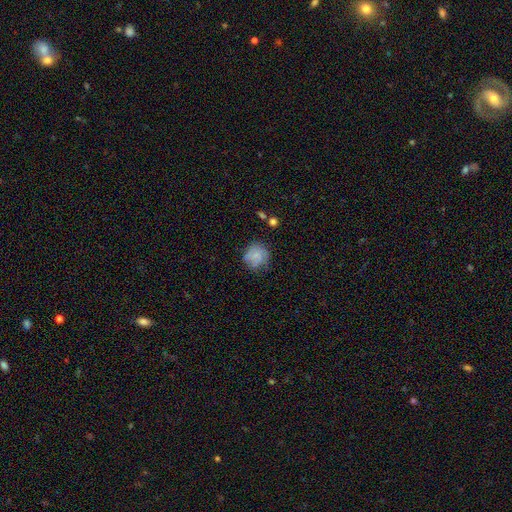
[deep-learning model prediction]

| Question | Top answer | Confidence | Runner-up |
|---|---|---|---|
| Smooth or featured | smooth | 62% | featured or disk (27%) |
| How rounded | round | 83% | in between (16%) |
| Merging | none | 61% | minor disturbance (25%) |